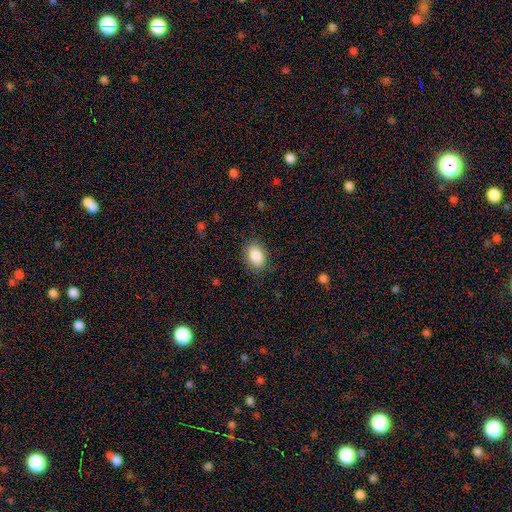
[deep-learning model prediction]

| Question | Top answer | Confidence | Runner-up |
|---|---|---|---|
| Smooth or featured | smooth | 88% | star or artifact (7%) |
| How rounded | in between | 84% | round (15%) |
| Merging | none | 85% | minor disturbance (11%) |